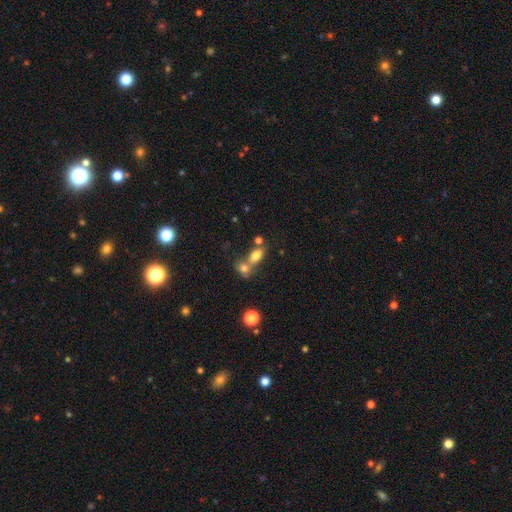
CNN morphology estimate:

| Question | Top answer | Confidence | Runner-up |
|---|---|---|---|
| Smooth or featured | smooth | 77% | star or artifact (12%) |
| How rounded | in between | 79% | round (17%) |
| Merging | merger | 50% | none (36%) |